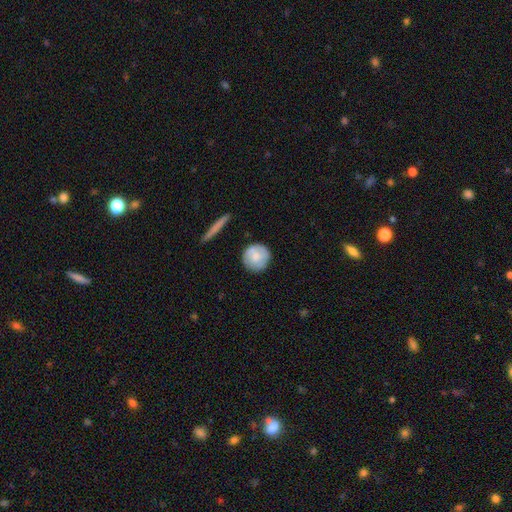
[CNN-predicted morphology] This appears to be a smooth galaxy with no disk features (67%) that is round (94%). Merging: none (82%).